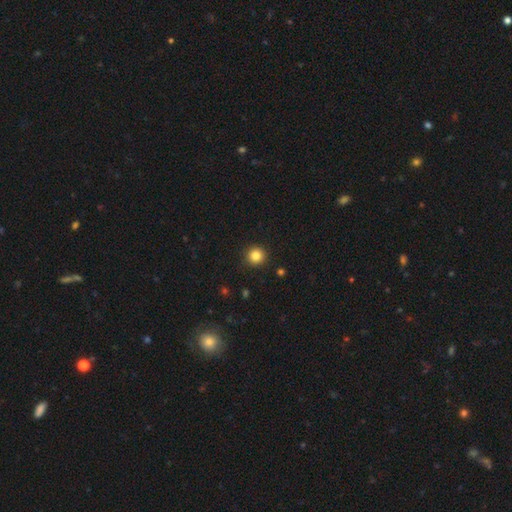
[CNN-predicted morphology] Smooth or featured: smooth — 84% (star or artifact — 11%)
How rounded: round — 95% (in between — 4%)
Merging: none — 92% (minor disturbance — 5%)